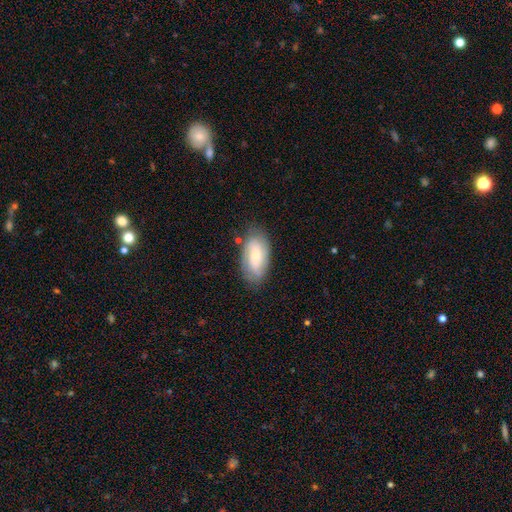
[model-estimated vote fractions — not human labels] The model was most divided on "smooth or featured": smooth: 47%, featured or disk: 46%, star or artifact: 7%. More confident: merging — none (76%).